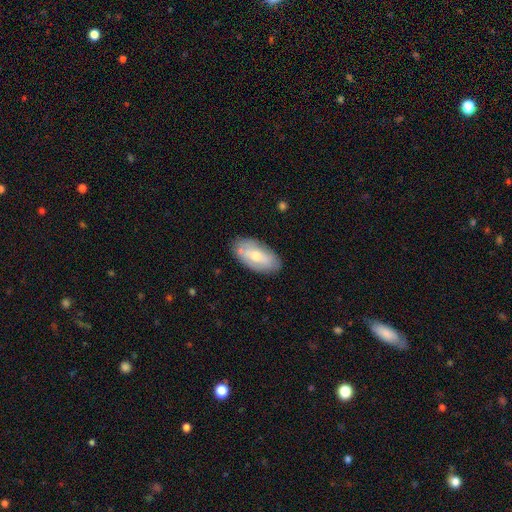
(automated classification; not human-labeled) Overall: smooth (53%; featured or disk 40%). How rounded: in between (92%). Merging: none (81%).